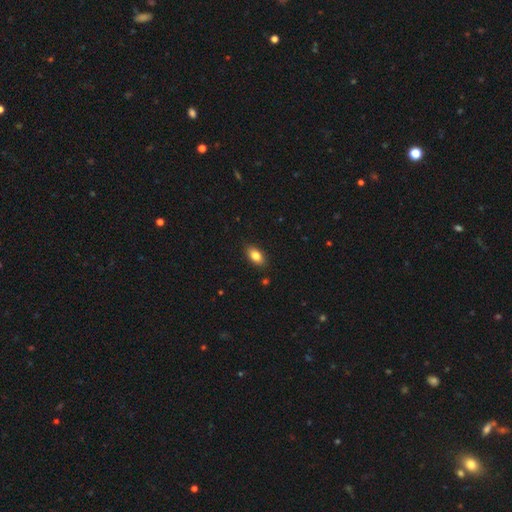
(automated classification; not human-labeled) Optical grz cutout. It shows a smooth galaxy with no disk features (82%) that is in between round and cigar-shaped (89%). Merging: none (87%).